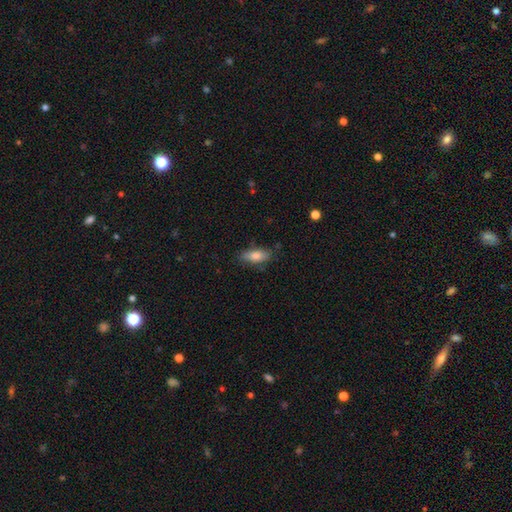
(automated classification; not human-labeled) Smooth or featured: smooth — 77% (featured or disk — 16%)
How rounded: in between — 72% (cigar-shaped — 25%)
Merging: none — 77% (minor disturbance — 17%)